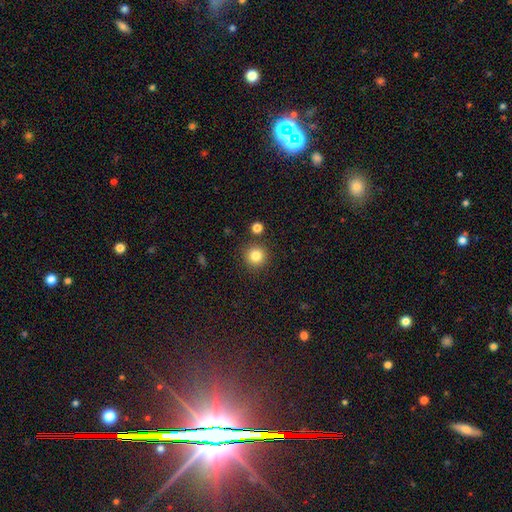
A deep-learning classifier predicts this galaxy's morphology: Overall: smooth (83%). How rounded: round (95%). Merging: none (87%).